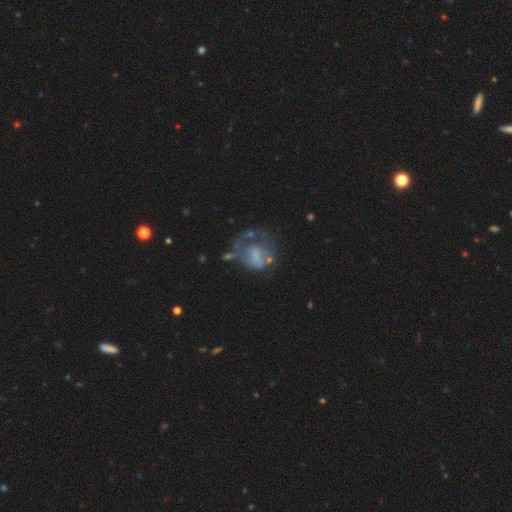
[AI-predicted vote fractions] Overall: featured or disk (60%; smooth 31%). Edge-on disk: no (98%). Bar: no (66%; weak 27%). Spiral arms: no (54%; yes 46%). Bulge size: none (42%; moderate 25%). Merging: major disturbance (40%; none 32%).